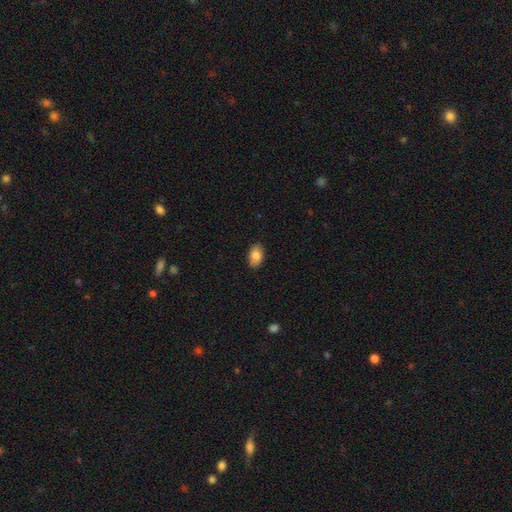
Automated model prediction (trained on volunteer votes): This is clearly a smooth galaxy (84%). How rounded: clearly in between (90%). Merging: clearly none (85%).